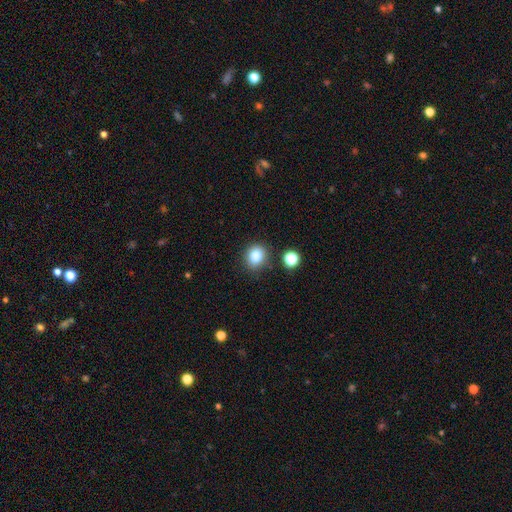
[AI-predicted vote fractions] Overall: smooth (82%). How rounded: round (68%; in between 31%). Merging: none (82%).